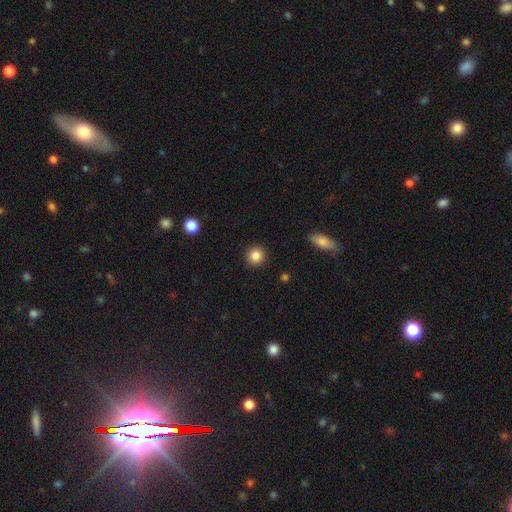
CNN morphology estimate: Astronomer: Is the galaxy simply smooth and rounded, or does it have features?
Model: smooth — 85%.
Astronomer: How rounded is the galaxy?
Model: round — 93%.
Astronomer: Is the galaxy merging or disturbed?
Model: none — 92%.